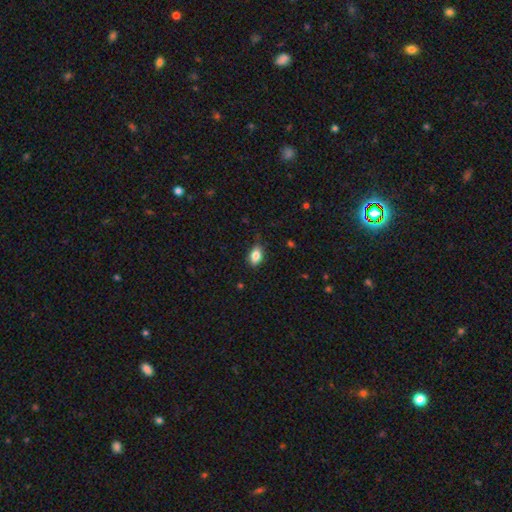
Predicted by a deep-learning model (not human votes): smooth_or_featured: smooth (p=0.84) [alt: star or artifact p=0.08]
how_rounded: in between (p=0.87) [alt: round p=0.10]
merging: none (p=0.82) [alt: minor disturbance p=0.15]